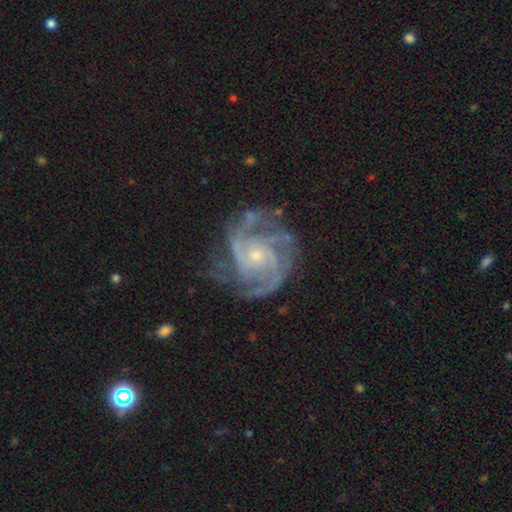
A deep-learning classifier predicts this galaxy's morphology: This appears to be a featured or disk galaxy (91%) with no bar (69%), 3 (33%) tight (48%) spiral arms (98%) and a small central bulge (70%). Merging: none (71%).